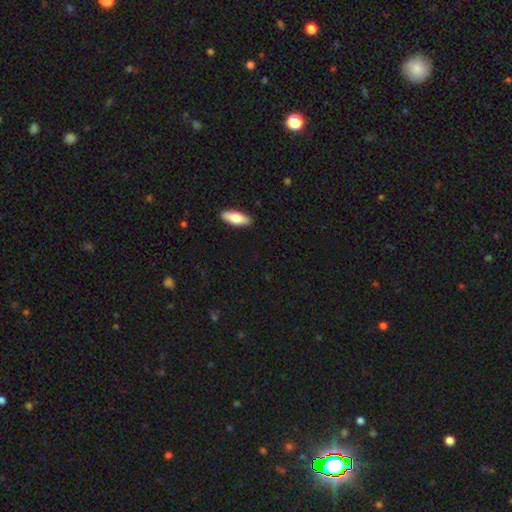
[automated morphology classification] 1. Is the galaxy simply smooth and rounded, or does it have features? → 68% smooth, 19% featured or disk, 14% star or artifact.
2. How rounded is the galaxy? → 54% in between, 34% cigar-shaped, 12% round.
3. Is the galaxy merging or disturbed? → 85% none, 10% minor disturbance, 3% major disturbance, 2% merger.